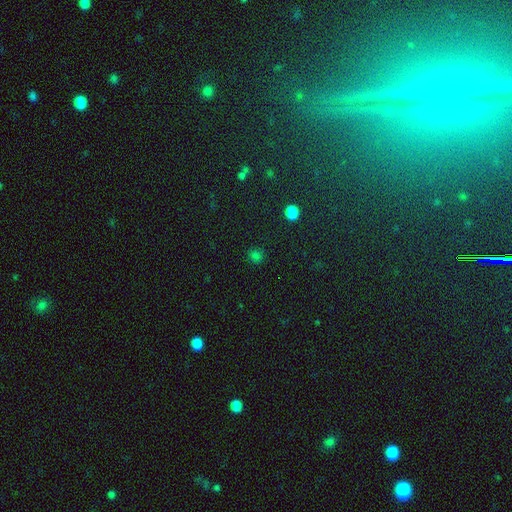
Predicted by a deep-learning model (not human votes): A smooth galaxy with no disk features (73%) that is round (83%).

Vote fractions:
- Smooth or featured? smooth: 73% / star or artifact: 22% / featured or disk: 4%
- How rounded? round: 83% / in between: 16% / cigar-shaped: 1%
- Merging? none: 86% / minor disturbance: 9% / major disturbance: 3% / merger: 2%